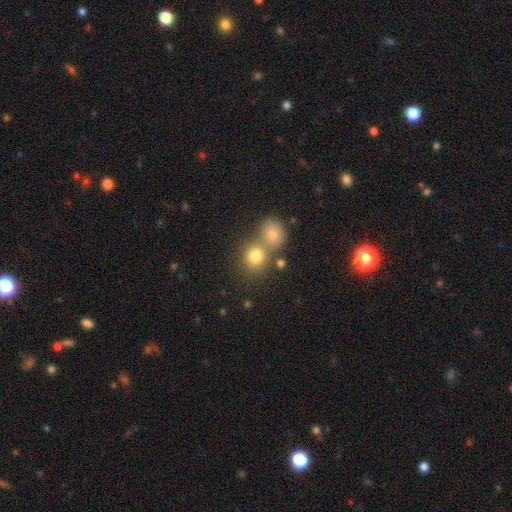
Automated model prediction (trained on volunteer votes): A smooth galaxy with no disk features (78%) that is round (80%). Merging: none (46%).